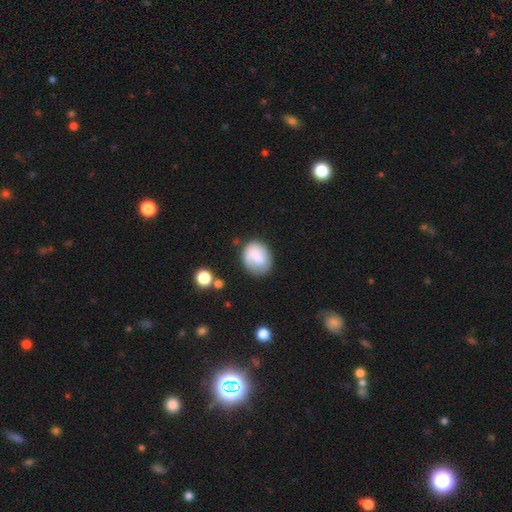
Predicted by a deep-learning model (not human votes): Smooth or featured? Predicted: smooth (p=0.74). How rounded? Predicted: round (p=0.53). Merging? Predicted: none (p=0.64).